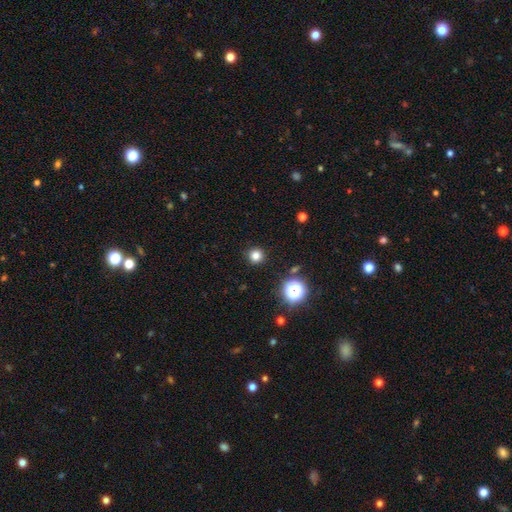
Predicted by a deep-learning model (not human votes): smooth-or-featured: smooth: 80% | star or artifact: 16% | featured or disk: 4%
  how-rounded: round: 95% | in between: 4% | cigar-shaped: 1%
  merging: none: 92% | minor disturbance: 5% | major disturbance: 2% | merger: 1%